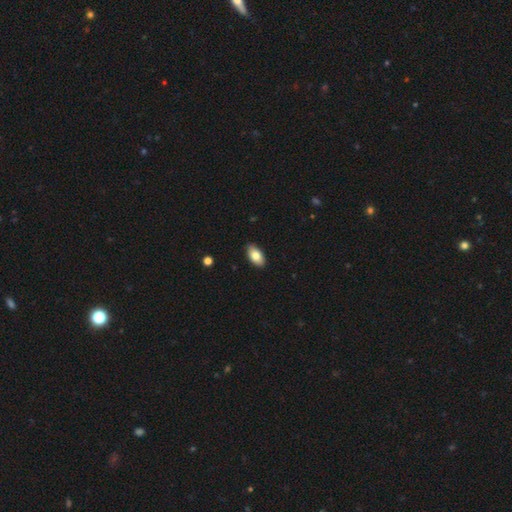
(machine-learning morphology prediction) smooth_or_featured: smooth (p=0.81) [alt: featured or disk p=0.12]
how_rounded: in between (p=0.94) [alt: cigar-shaped p=0.03]
merging: none (p=0.89) [alt: minor disturbance p=0.09]